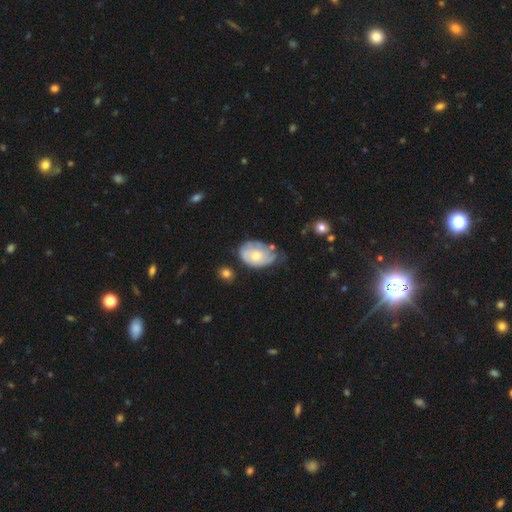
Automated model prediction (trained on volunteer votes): smooth-or-featured: featured or disk: 48% | smooth: 45% | star or artifact: 6%
  merging: none: 42% | minor disturbance: 39% | major disturbance: 14% | merger: 5%